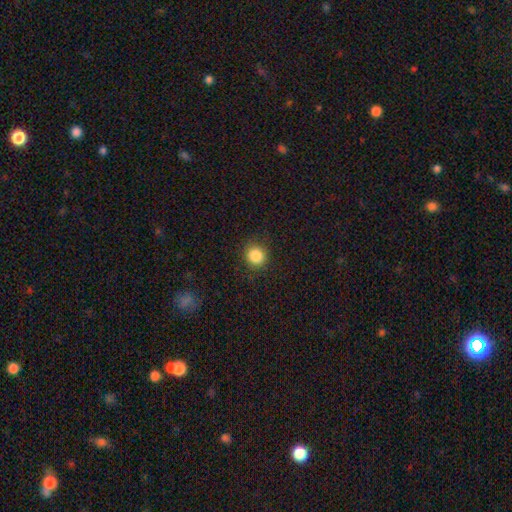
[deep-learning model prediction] Smooth or featured? smooth (85%)
How rounded? round (87%)
Merging? none (89%)